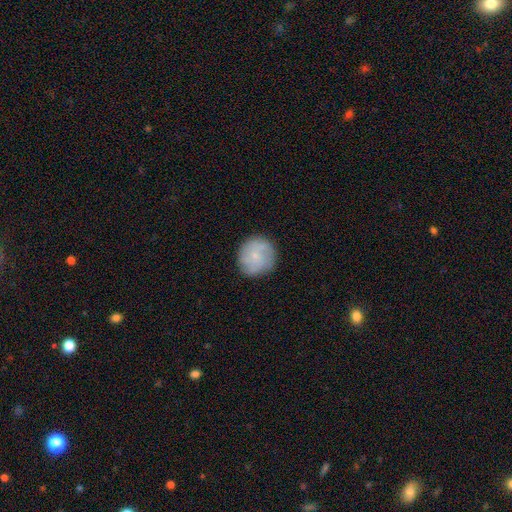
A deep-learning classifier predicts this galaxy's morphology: Q: Smooth or featured?
A: smooth (62%); runner-up: featured or disk (31%)
Q: How rounded?
A: round (91%); runner-up: in between (8%)
Q: Merging?
A: none (82%); runner-up: minor disturbance (13%)